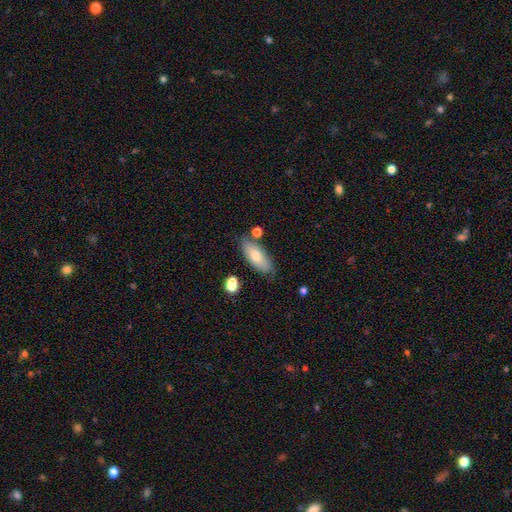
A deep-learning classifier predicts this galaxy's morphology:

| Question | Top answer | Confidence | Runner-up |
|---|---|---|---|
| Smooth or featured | smooth | 69% | featured or disk (24%) |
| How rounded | in between | 80% | cigar-shaped (18%) |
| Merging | none | 73% | minor disturbance (17%) |